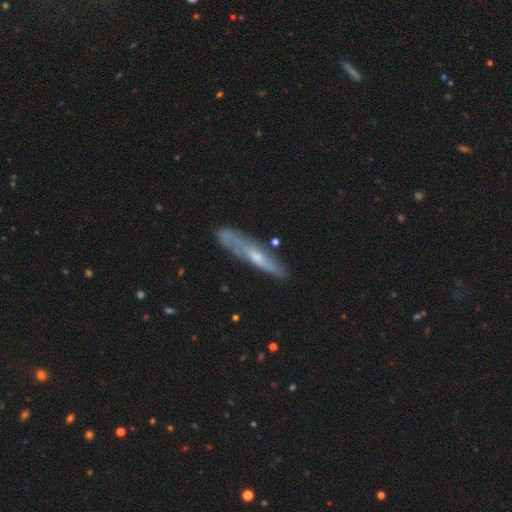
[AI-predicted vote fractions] Smooth or featured? Predicted: featured or disk (p=0.57). Edge-on disk? Predicted: yes (p=0.69). Merging? Predicted: none (p=0.71).